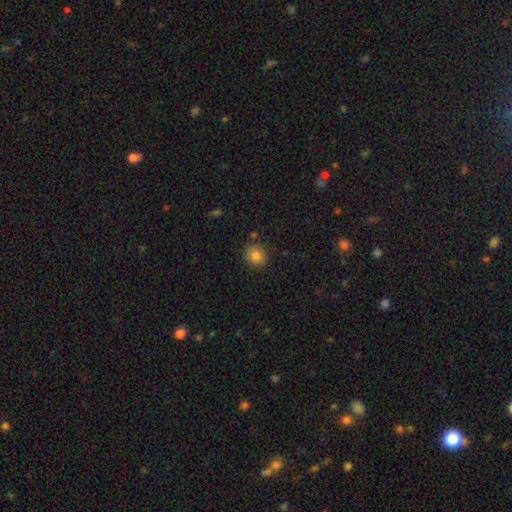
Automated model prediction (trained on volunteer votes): This appears to be a smooth galaxy with no disk features (83%) that is round (73%). Merging: none (85%).